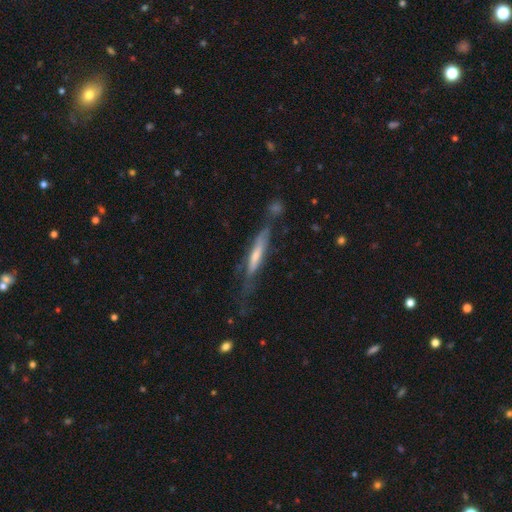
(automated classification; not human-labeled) Overall: featured or disk (58%; smooth 35%). Edge-on disk: yes (78%). Merging: none (50%; minor disturbance 27%).